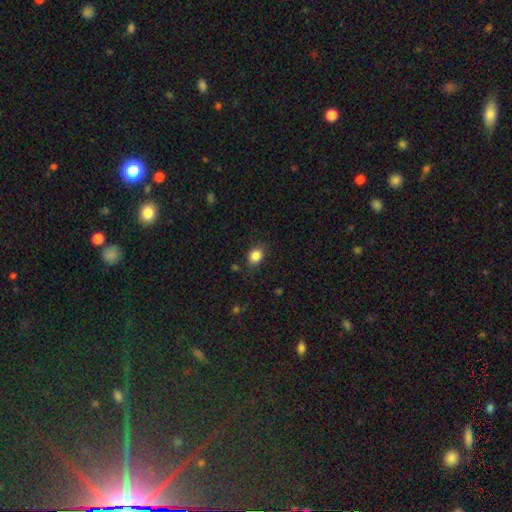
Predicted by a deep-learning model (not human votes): This appears to be a smooth galaxy with no disk features (85%) that is in between round and cigar-shaped (50%). Merging: none (81%).